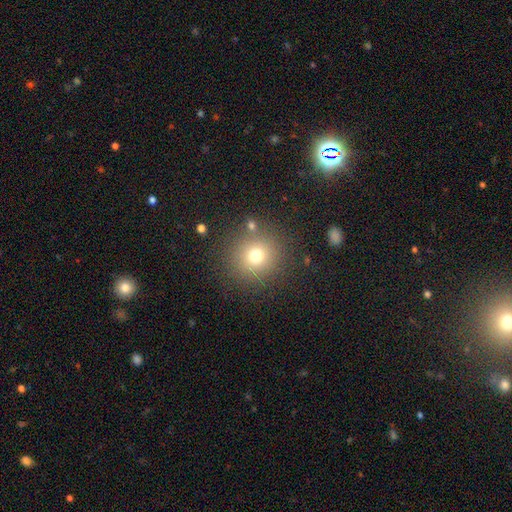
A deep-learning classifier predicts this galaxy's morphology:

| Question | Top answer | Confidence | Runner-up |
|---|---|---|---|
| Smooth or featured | smooth | 73% | star or artifact (17%) |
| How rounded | round | 92% | in between (7%) |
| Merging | none | 84% | minor disturbance (8%) |